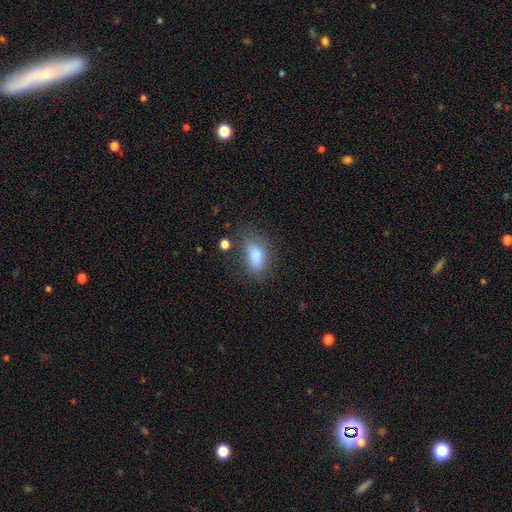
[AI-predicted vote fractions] A smooth galaxy with no disk features (83%) that is in between round and cigar-shaped (89%). Merging: none (58%).